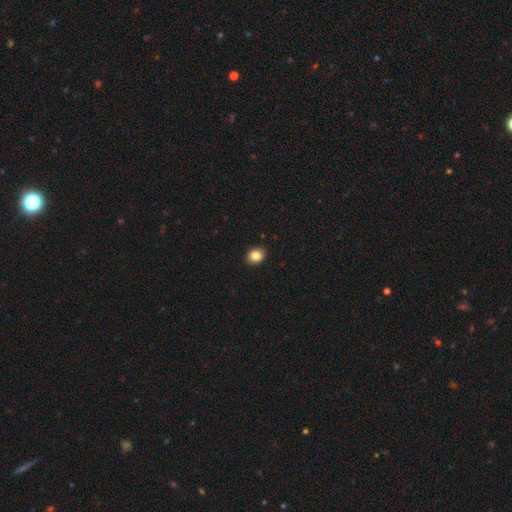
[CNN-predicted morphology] This is clearly a smooth galaxy (83%). How rounded: possibly in between (57%). Merging: clearly none (89%).